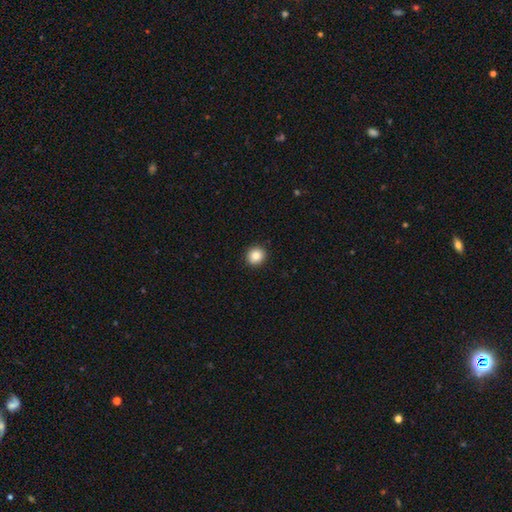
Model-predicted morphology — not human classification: type=smooth (85%); roundness=round (88%); merging=none (92%).